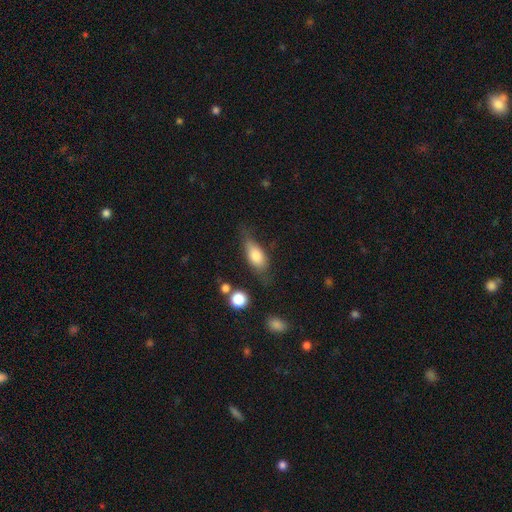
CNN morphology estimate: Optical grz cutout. It shows a smooth galaxy with no disk features (72%) that is in between round and cigar-shaped (79%). Merging: none (58%).